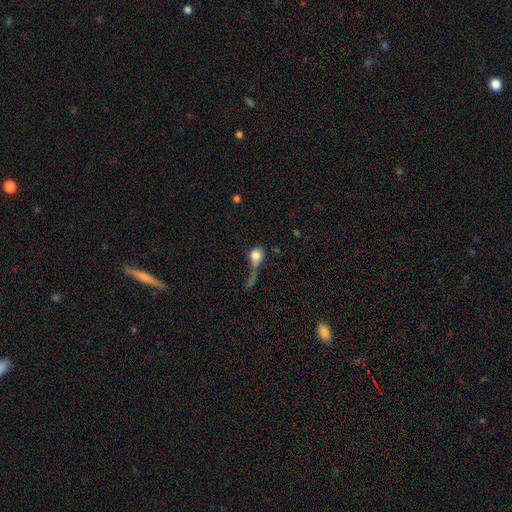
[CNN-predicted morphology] smooth_or_featured: smooth (p=0.75) [alt: featured or disk p=0.15]
how_rounded: round (p=0.63) [alt: in between p=0.33]
merging: major disturbance (p=0.36) [alt: none p=0.24]